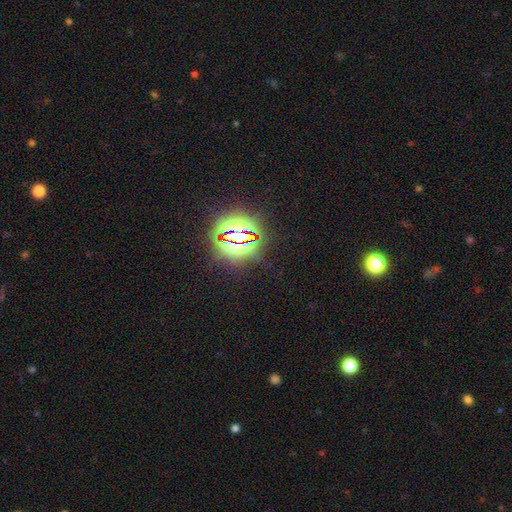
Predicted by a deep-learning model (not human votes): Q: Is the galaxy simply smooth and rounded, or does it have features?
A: star or artifact — 85%.